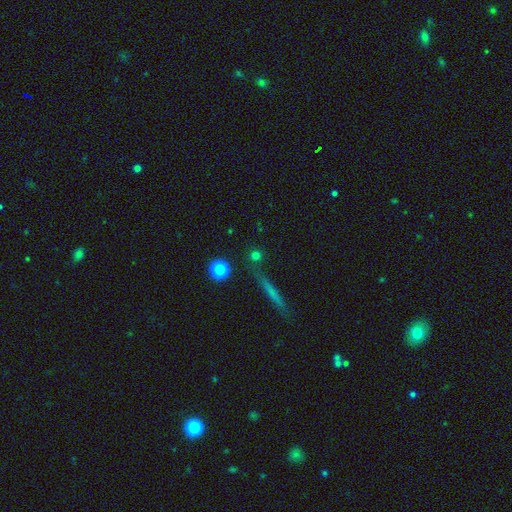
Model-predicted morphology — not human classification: The model was most divided on "smooth or featured": smooth: 70%, star or artifact: 21%, featured or disk: 8%. More confident: how rounded — round (89%); merging — none (81%).